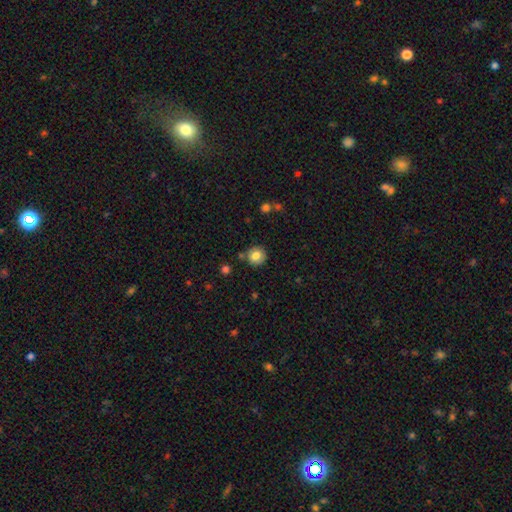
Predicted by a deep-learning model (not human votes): The model was most divided on "merging": none: 81%, minor disturbance: 11%, merger: 5%, major disturbance: 3%. More confident: how rounded — round (89%); smooth or featured — smooth (80%).